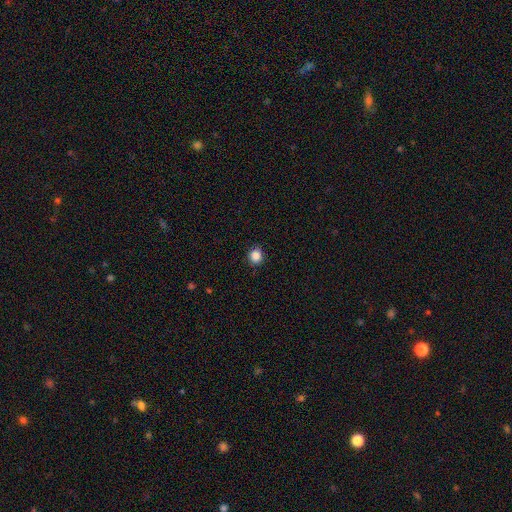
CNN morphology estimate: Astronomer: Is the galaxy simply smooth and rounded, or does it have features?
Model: smooth — 86%.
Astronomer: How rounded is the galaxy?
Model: round — 88%.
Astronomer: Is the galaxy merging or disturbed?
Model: none — 90%.